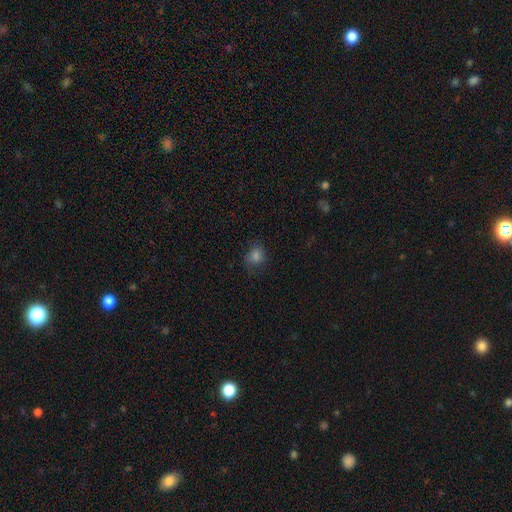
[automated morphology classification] Smooth or featured? Predicted: smooth (p=0.74). How rounded? Predicted: round (p=0.53). Merging? Predicted: none (p=0.67).